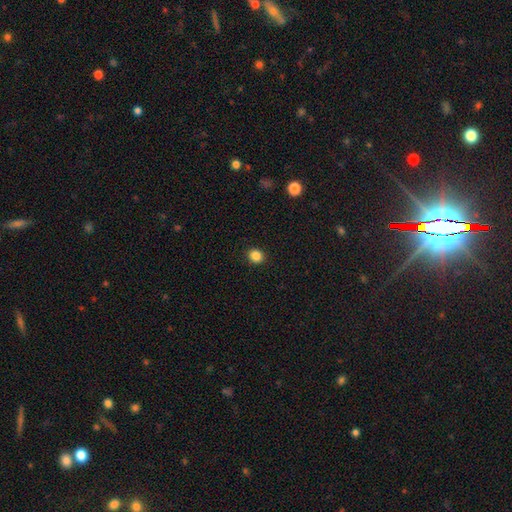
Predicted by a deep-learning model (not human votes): smooth_or_featured: smooth (p=0.86) [alt: star or artifact p=0.11]
how_rounded: round (p=0.76) [alt: in between p=0.23]
merging: none (p=0.92) [alt: minor disturbance p=0.05]